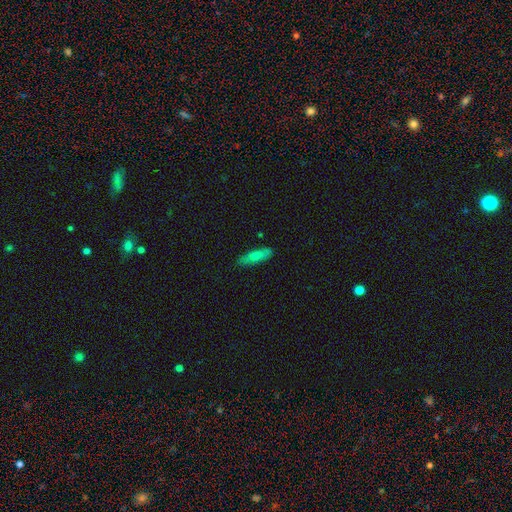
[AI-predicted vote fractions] A smooth galaxy with no disk features (69%) that is cigar-shaped (65%). Merging: none (85%).